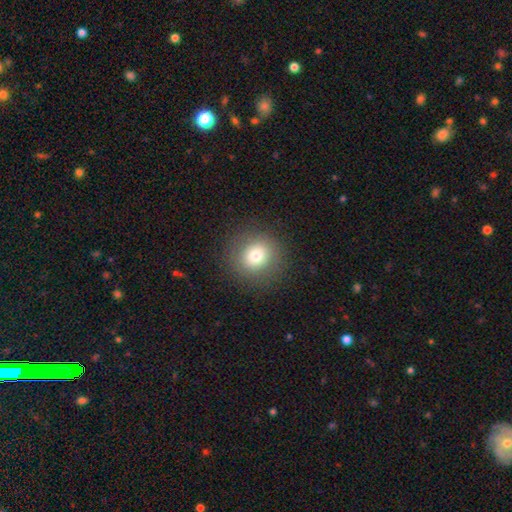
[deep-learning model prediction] Smooth or featured?
  - smooth: 77% *
  - star or artifact: 11%
  - featured or disk: 11%
How rounded?
  - round: 89% *
  - in between: 10%
  - cigar-shaped: 1%
Merging?
  - none: 88% *
  - minor disturbance: 7%
  - major disturbance: 4%
  - merger: 1%